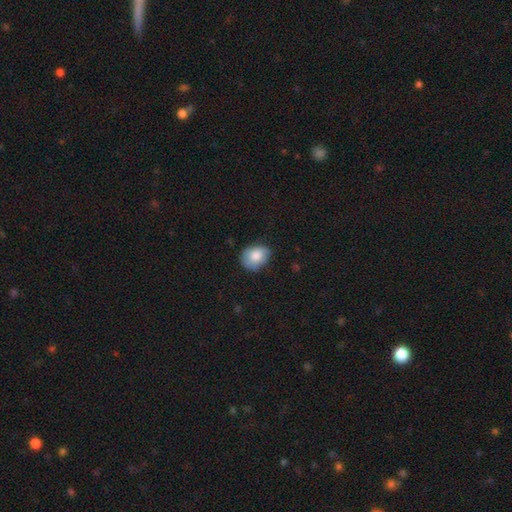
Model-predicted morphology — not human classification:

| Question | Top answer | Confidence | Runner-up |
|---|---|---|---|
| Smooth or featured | smooth | 79% | featured or disk (14%) |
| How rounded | in between | 56% | round (43%) |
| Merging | none | 65% | minor disturbance (27%) |